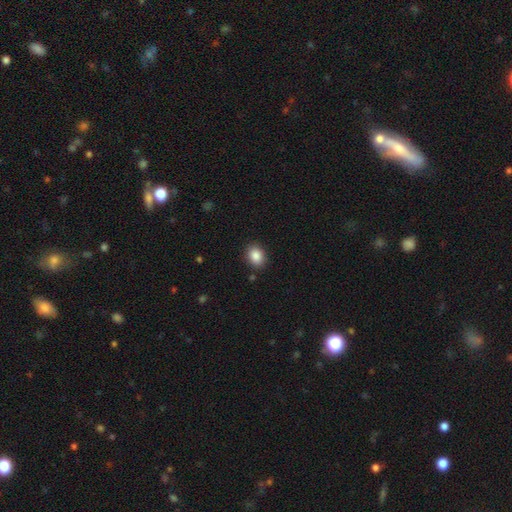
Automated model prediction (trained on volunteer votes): Overall: smooth (87%). How rounded: in between (57%; round 42%). Merging: none (88%).